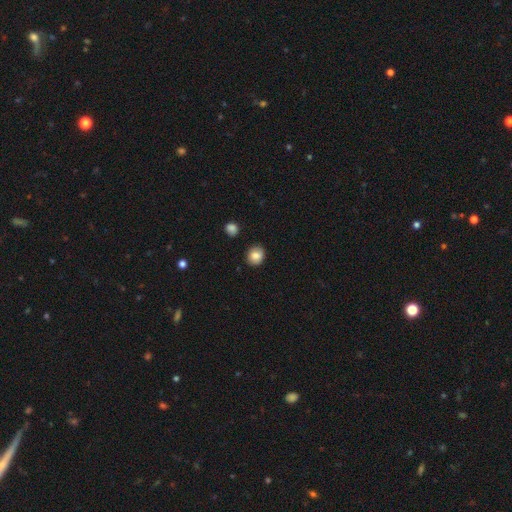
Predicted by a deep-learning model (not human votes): This is clearly a smooth galaxy (82%). How rounded: likely round (69%). Merging: clearly none (86%).